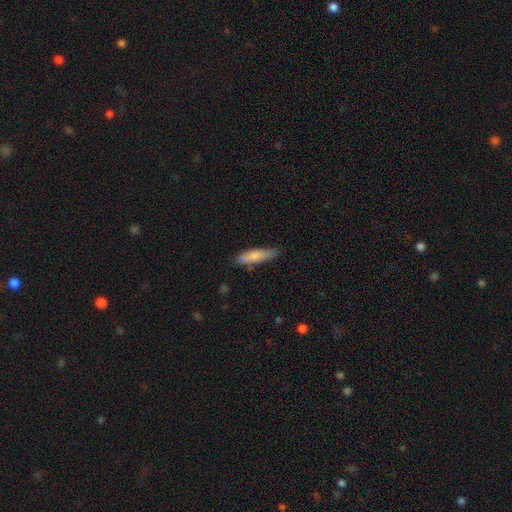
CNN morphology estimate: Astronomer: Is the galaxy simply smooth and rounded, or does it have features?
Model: smooth — 78%.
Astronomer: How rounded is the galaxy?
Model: cigar-shaped — 67%.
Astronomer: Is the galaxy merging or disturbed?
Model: none — 74%.